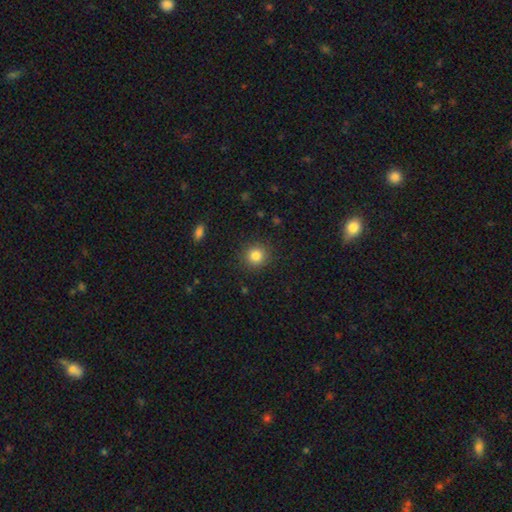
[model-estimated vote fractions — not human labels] Smooth or featured? smooth (84%)
How rounded? round (91%)
Merging? none (90%)